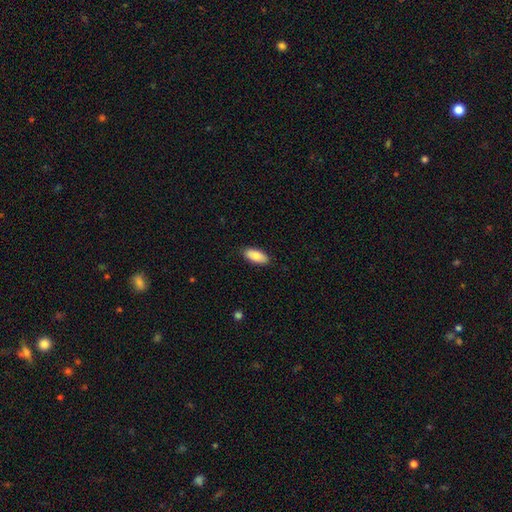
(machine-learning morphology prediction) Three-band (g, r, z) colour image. It shows a smooth galaxy with no disk features (85%) that is in between round and cigar-shaped (89%). Merging: none (88%).